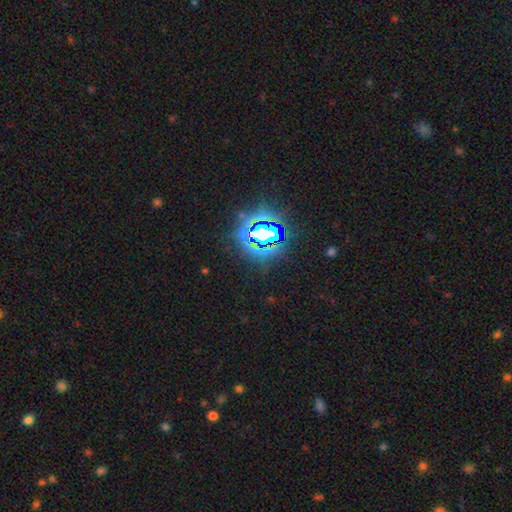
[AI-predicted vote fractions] Q: Smooth or featured?
A: star or artifact (84%); runner-up: smooth (10%)